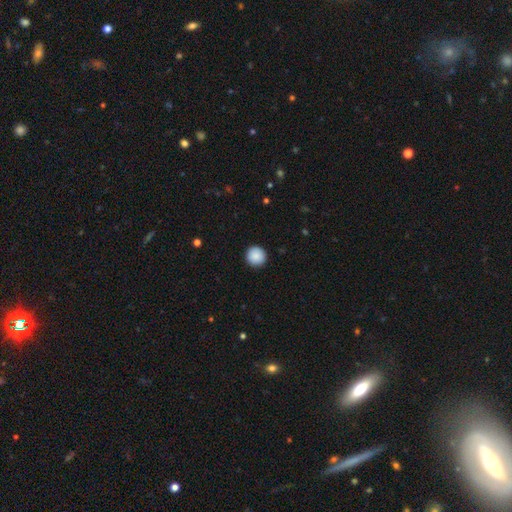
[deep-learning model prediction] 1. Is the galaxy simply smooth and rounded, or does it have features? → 89% smooth, 8% star or artifact, 3% featured or disk.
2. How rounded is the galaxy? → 95% round, 4% in between, 1% cigar-shaped.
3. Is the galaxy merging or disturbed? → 92% none, 5% minor disturbance, 2% major disturbance, 1% merger.